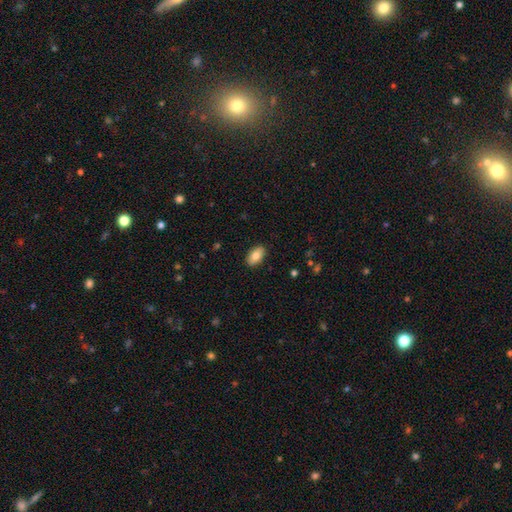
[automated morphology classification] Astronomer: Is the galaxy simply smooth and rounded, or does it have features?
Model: smooth — 81%.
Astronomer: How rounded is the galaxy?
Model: in between — 93%.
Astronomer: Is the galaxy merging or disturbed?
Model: none — 89%.